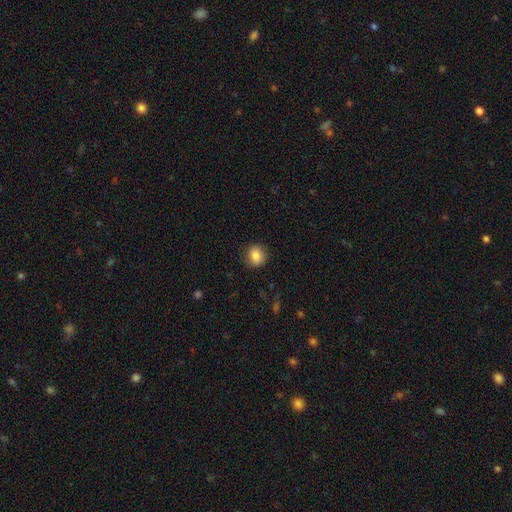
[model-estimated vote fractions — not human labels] Smooth or featured?
  - smooth: 85% *
  - star or artifact: 9%
  - featured or disk: 6%
How rounded?
  - round: 74% *
  - in between: 25%
  - cigar-shaped: 1%
Merging?
  - none: 88% *
  - minor disturbance: 9%
  - major disturbance: 2%
  - merger: 1%